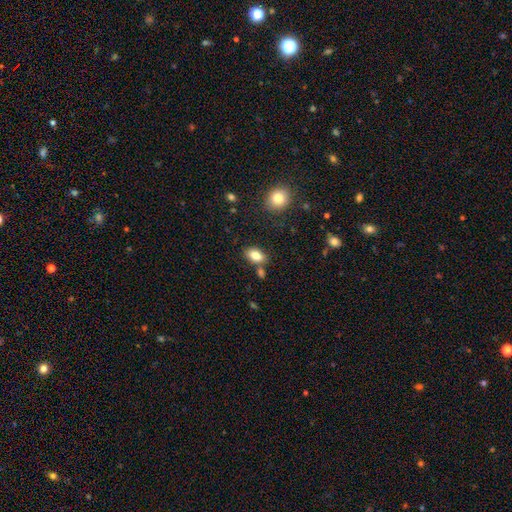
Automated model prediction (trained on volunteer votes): Smooth or featured?
  - smooth: 82% *
  - featured or disk: 9%
  - star or artifact: 9%
How rounded?
  - in between: 88% *
  - round: 10%
  - cigar-shaped: 2%
Merging?
  - none: 74% *
  - minor disturbance: 12%
  - merger: 11%
  - major disturbance: 3%